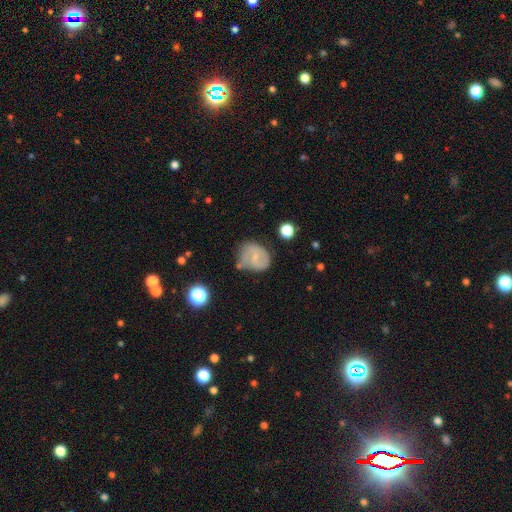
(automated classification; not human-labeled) The model was most divided on "smooth or featured": featured or disk: 50%, smooth: 41%, star or artifact: 9%. Remaining: edge-on disk — no (97%); merging — none (48%).